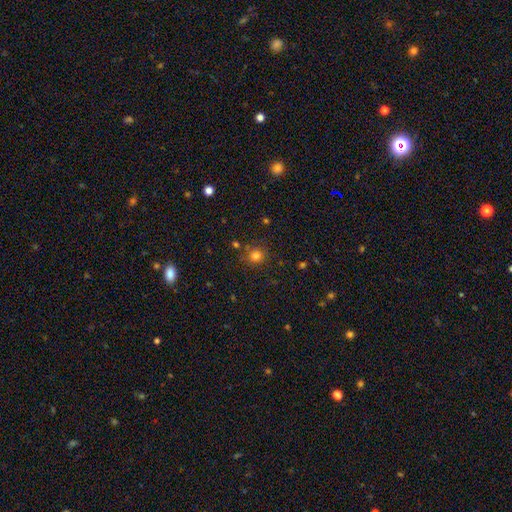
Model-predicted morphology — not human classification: A smooth galaxy with no disk features (78%) that is round (88%).

Vote fractions:
- Smooth or featured? smooth: 78% / star or artifact: 16% / featured or disk: 6%
- How rounded? round: 88% / in between: 12% / cigar-shaped: 1%
- Merging? none: 78% / minor disturbance: 12% / merger: 6% / major disturbance: 4%